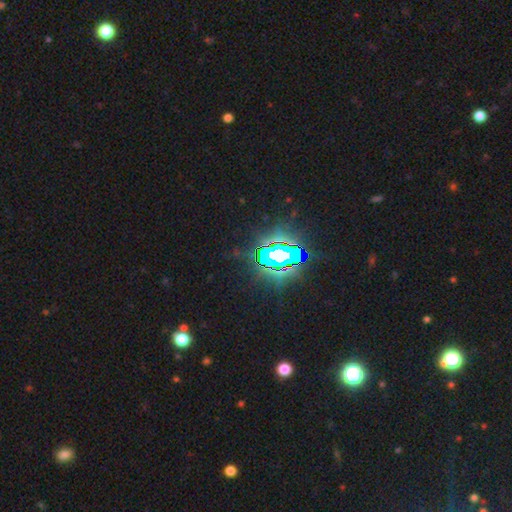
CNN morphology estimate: Q: Smooth or featured?
A: star or artifact (78%); runner-up: featured or disk (11%)